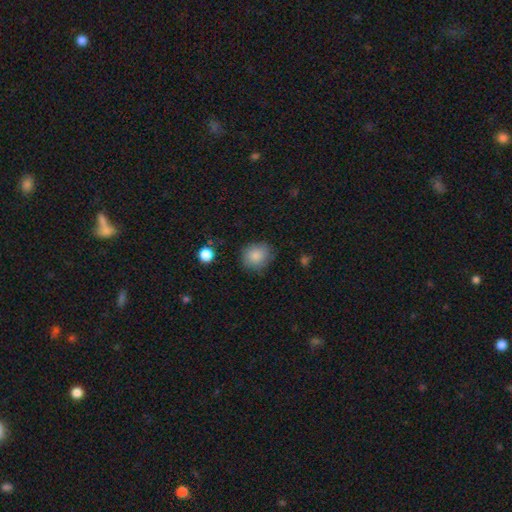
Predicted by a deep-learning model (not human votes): Smooth or featured? smooth (85%)
How rounded? round (73%)
Merging? none (77%)